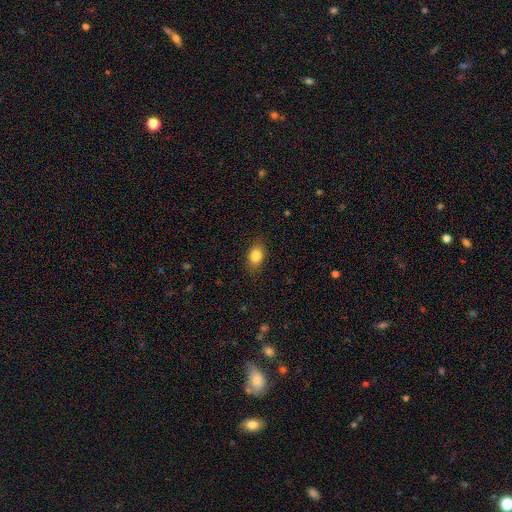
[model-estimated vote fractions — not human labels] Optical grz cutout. It shows a smooth galaxy with no disk features (83%) that is in between round and cigar-shaped (72%). Merging: none (84%).